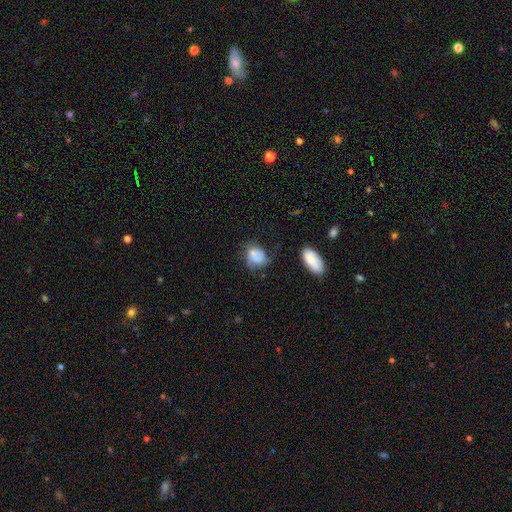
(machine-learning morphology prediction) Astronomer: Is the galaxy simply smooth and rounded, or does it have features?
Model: smooth — 71%.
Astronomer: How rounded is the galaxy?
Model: in between — 54% (runner-up: round, 45%).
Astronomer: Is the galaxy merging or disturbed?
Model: none — 41% (runner-up: minor disturbance, 29%).